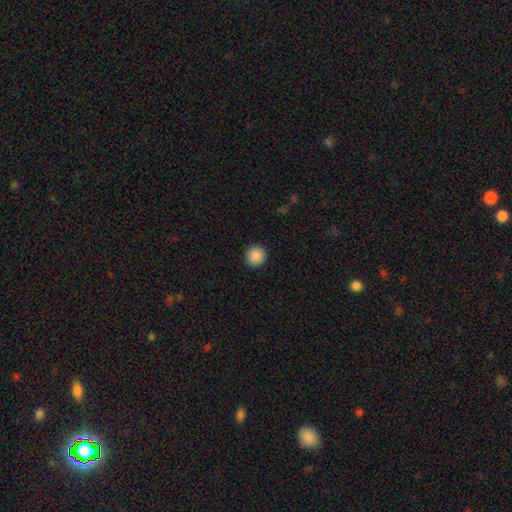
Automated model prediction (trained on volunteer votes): Q: Smooth or featured?
A: smooth (89%); runner-up: star or artifact (8%)
Q: How rounded?
A: round (95%); runner-up: in between (4%)
Q: Merging?
A: none (92%); runner-up: minor disturbance (5%)